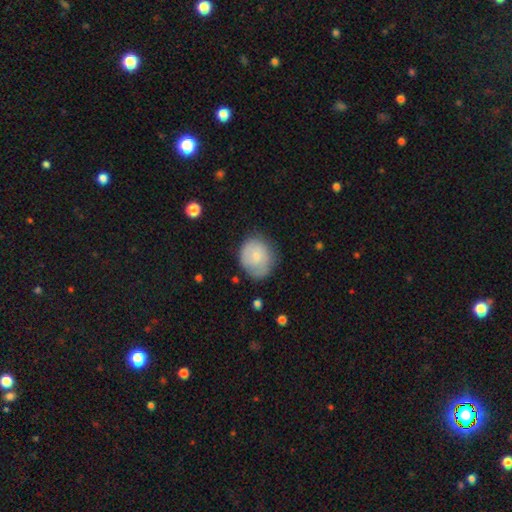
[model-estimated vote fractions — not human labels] Q: Smooth or featured?
A: smooth (71%); runner-up: featured or disk (22%)
Q: How rounded?
A: round (71%); runner-up: in between (28%)
Q: Merging?
A: none (65%); runner-up: minor disturbance (26%)